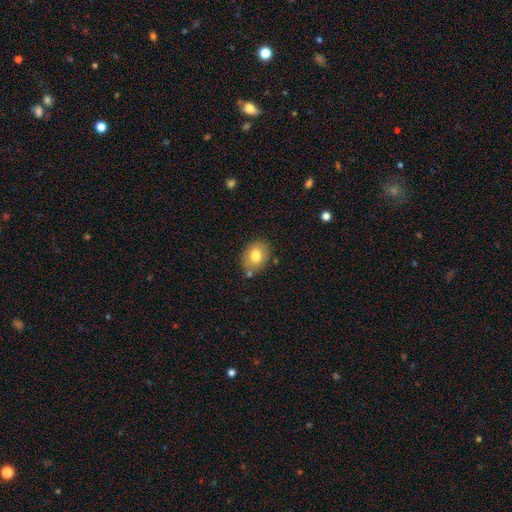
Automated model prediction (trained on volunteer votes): Morphology: type=smooth (78%); roundness=in between (67%); merging=none (77%).